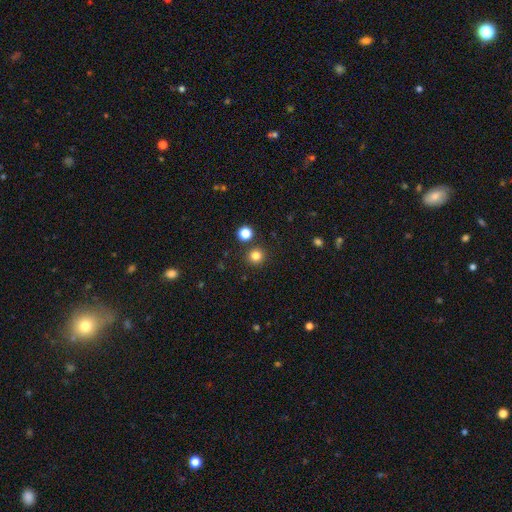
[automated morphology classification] Smooth or featured? Predicted: smooth (p=0.81). How rounded? Predicted: round (p=0.94). Merging? Predicted: none (p=0.88).